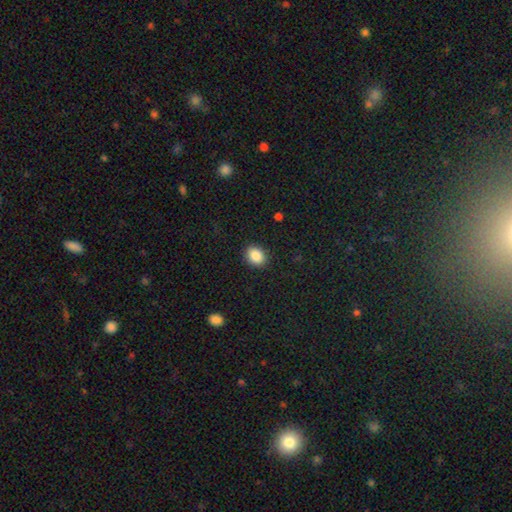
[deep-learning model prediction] Overall: smooth (87%). How rounded: in between (60%; round 39%). Merging: none (90%).